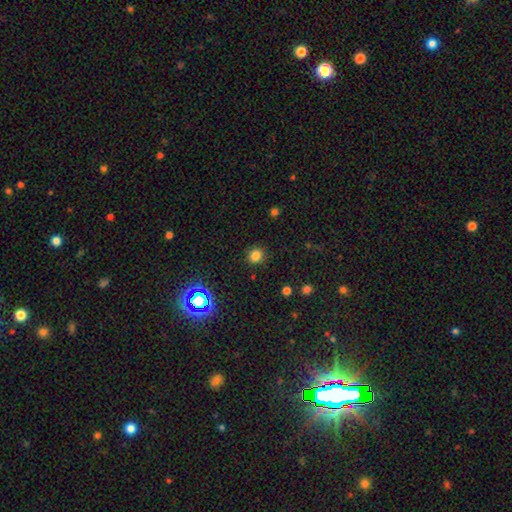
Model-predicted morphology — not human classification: This is likely a smooth galaxy (78%). How rounded: clearly round (86%). Merging: clearly none (89%).